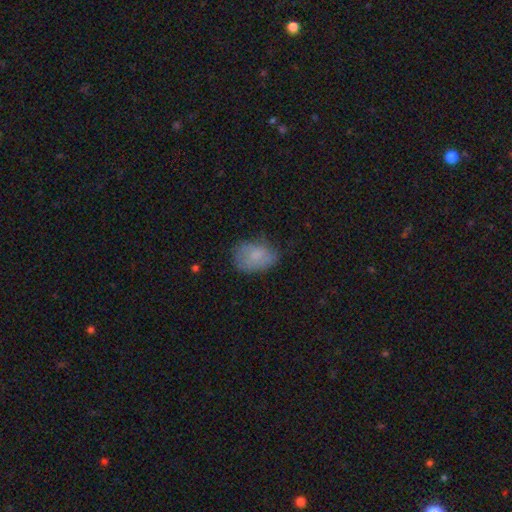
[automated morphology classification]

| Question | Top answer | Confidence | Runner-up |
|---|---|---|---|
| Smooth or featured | smooth | 73% | featured or disk (18%) |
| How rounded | in between | 79% | round (20%) |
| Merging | none | 58% | minor disturbance (30%) |